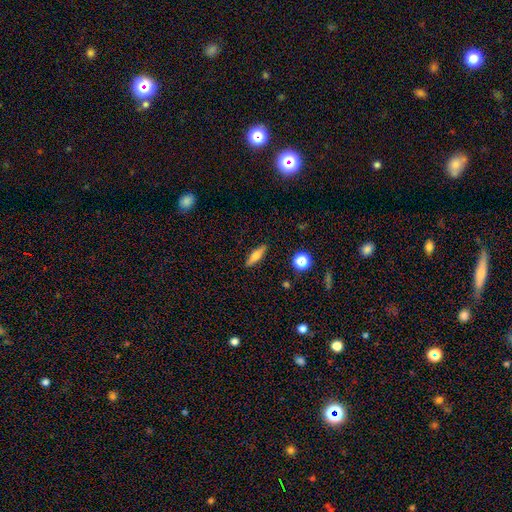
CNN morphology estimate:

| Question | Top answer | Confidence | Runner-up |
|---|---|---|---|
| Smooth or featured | smooth | 65% | featured or disk (27%) |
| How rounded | cigar-shaped | 59% | in between (38%) |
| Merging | none | 88% | minor disturbance (8%) |